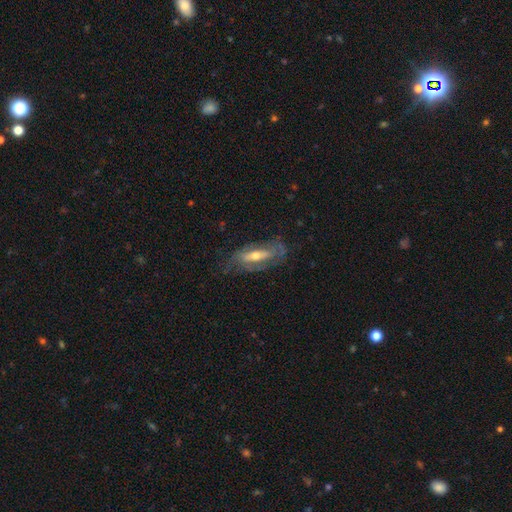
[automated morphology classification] Smooth or featured? featured or disk (74%)
Edge-on disk? no (75%)
Bar? weak (35%)
Spiral arms? yes (74%)
Bulge size? moderate (61%)
Merging? none (63%)